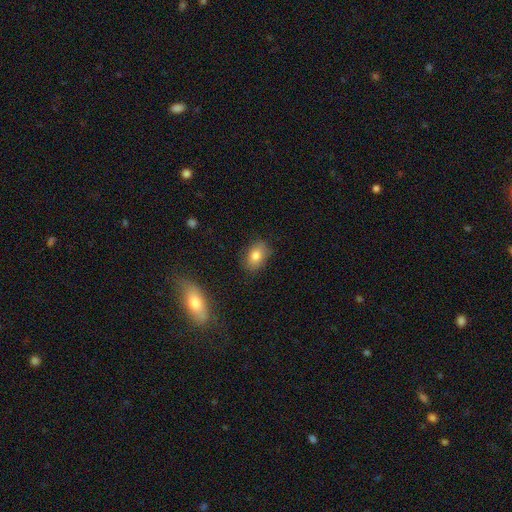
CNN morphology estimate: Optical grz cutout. It shows a smooth galaxy with no disk features (80%) that is in between round and cigar-shaped (80%). Merging: none (82%).